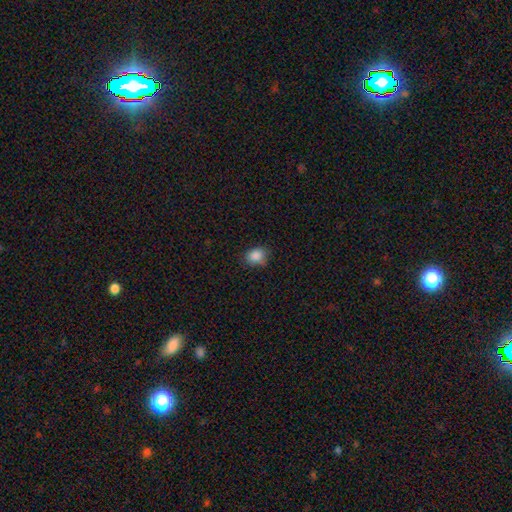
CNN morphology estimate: The model was most divided on "how rounded": round: 50%, in between: 49%, cigar-shaped: 1%. More confident: smooth or featured — smooth (86%); merging — none (73%).